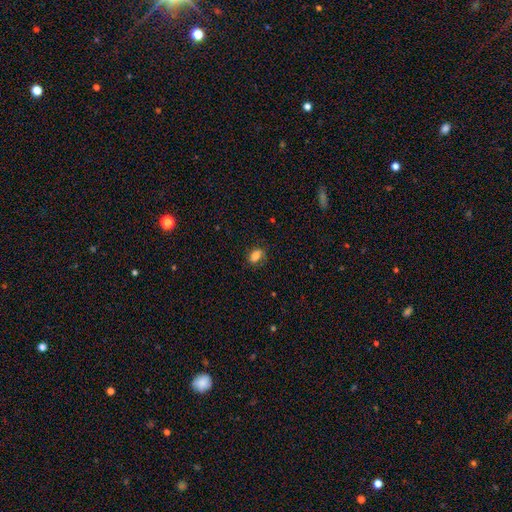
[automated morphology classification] This is likely a smooth galaxy (73%). How rounded: likely in between (73%). Merging: likely none (63%).